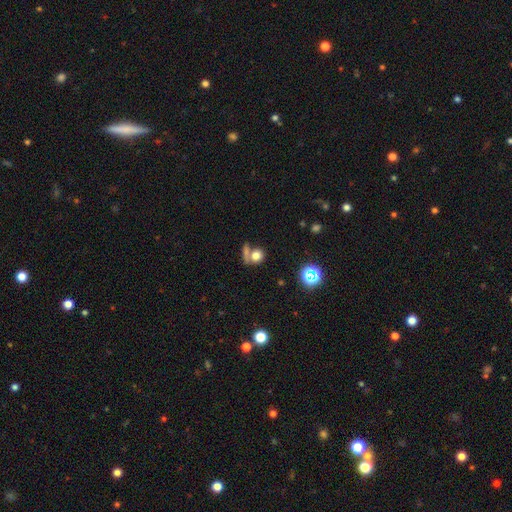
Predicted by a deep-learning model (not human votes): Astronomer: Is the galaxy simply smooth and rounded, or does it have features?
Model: smooth — 74%.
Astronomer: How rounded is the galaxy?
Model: round — 69%.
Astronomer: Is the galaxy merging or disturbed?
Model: none — 46% (runner-up: merger, 37%).